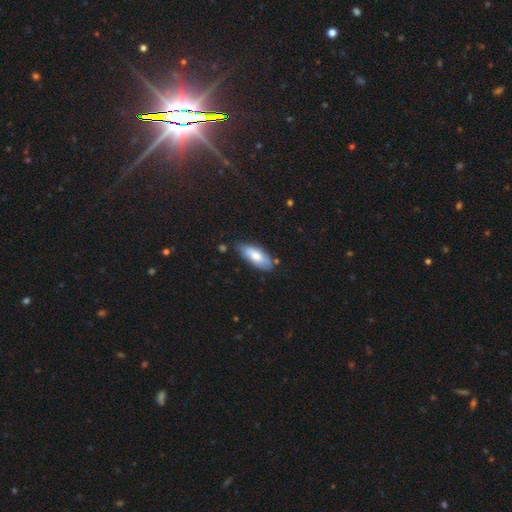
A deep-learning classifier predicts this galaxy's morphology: smooth-or-featured: smooth: 74% | featured or disk: 20% | star or artifact: 6%
  how-rounded: in between: 79% | cigar-shaped: 19% | round: 2%
  merging: none: 71% | minor disturbance: 22% | major disturbance: 4% | merger: 4%